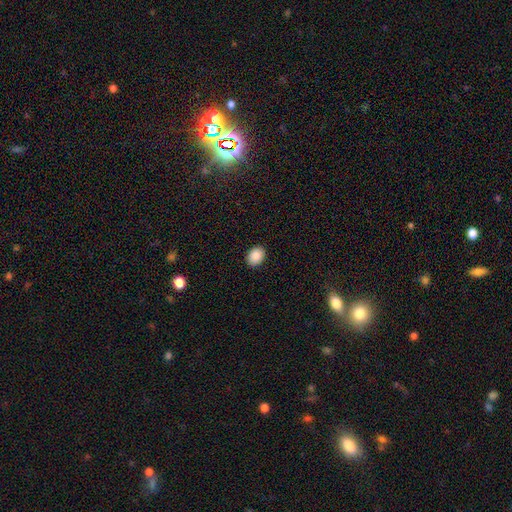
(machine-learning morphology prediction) smooth_or_featured: smooth (p=0.89) [alt: star or artifact p=0.08]
how_rounded: in between (p=0.69) [alt: round p=0.30]
merging: none (p=0.90) [alt: minor disturbance p=0.07]